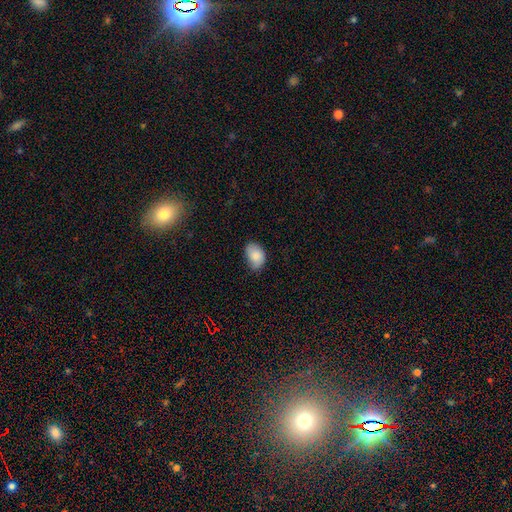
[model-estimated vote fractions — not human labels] Smooth or featured: smooth — 80% (featured or disk — 13%)
How rounded: in between — 82% (round — 17%)
Merging: none — 59% (minor disturbance — 33%)